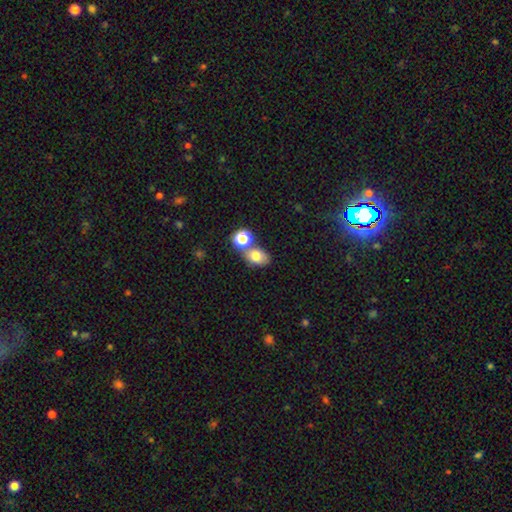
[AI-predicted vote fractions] Smooth or featured? smooth (76%)
How rounded? in between (69%)
Merging? none (48%)